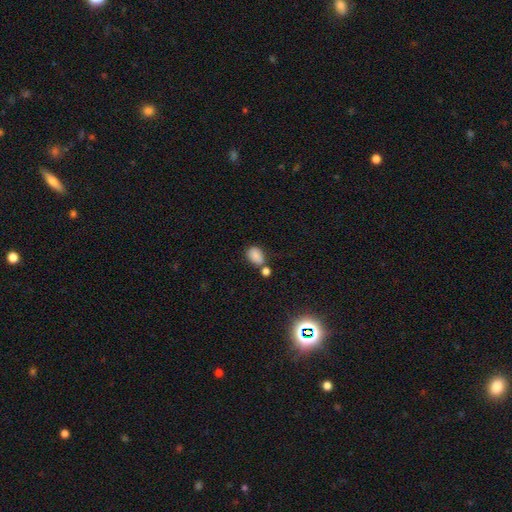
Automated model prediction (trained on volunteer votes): Overall: smooth (83%). How rounded: in between (82%). Merging: none (54%; merger 23%).